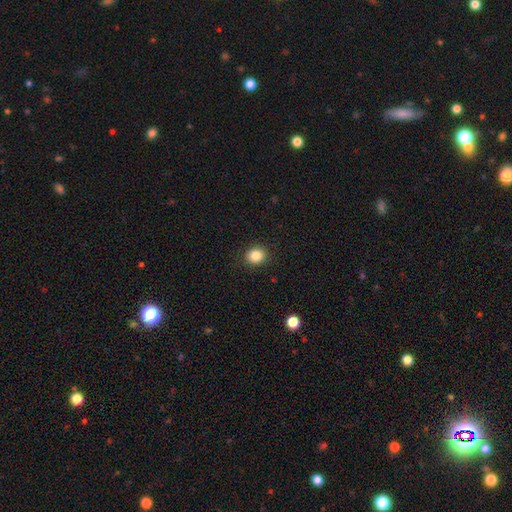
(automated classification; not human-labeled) This is clearly a smooth galaxy (85%). How rounded: likely round (70%). Merging: clearly none (91%).